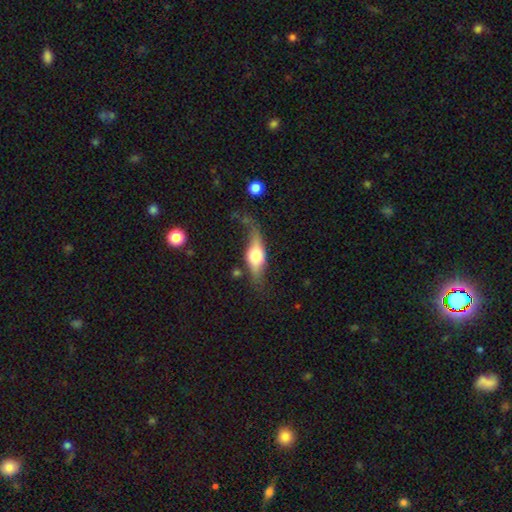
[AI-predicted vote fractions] This appears to be a featured or disk galaxy (54%) viewed edge-on (76%). Merging: none (54%).